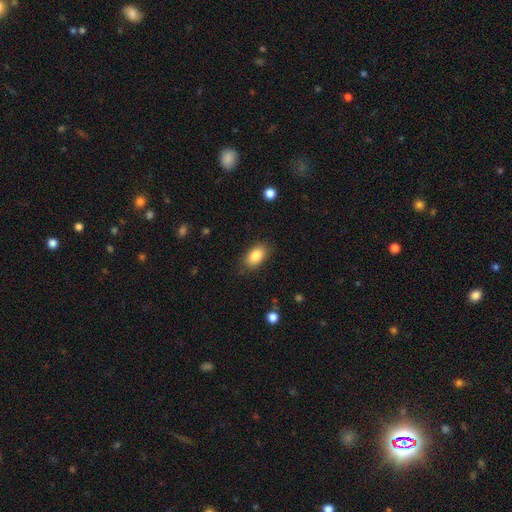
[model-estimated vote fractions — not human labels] A smooth galaxy with no disk features (85%) that is in between round and cigar-shaped (90%). Merging: none (84%).